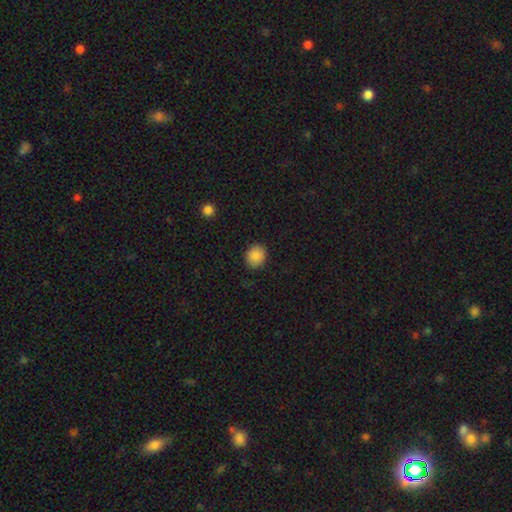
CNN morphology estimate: Smooth or featured? Predicted: smooth (p=0.87). How rounded? Predicted: round (p=0.73). Merging? Predicted: none (p=0.88).